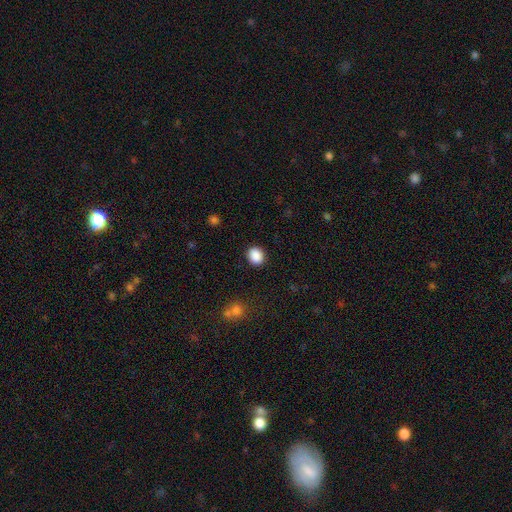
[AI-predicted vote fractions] Overall: smooth (89%). How rounded: round (64%; in between 35%). Merging: none (89%).